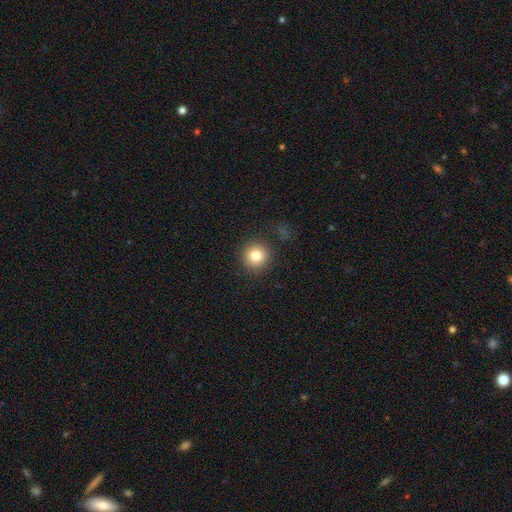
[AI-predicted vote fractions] smooth_or_featured: smooth (p=0.81) [alt: star or artifact p=0.11]
how_rounded: round (p=0.94) [alt: in between p=0.05]
merging: none (p=0.89) [alt: minor disturbance p=0.07]